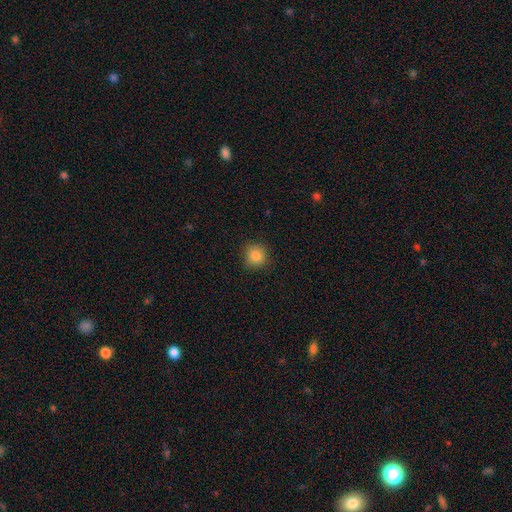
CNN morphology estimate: Smooth or featured?
  - smooth: 85% *
  - star or artifact: 10%
  - featured or disk: 5%
How rounded?
  - round: 91% *
  - in between: 8%
  - cigar-shaped: 1%
Merging?
  - none: 87% *
  - minor disturbance: 10%
  - major disturbance: 2%
  - merger: 1%